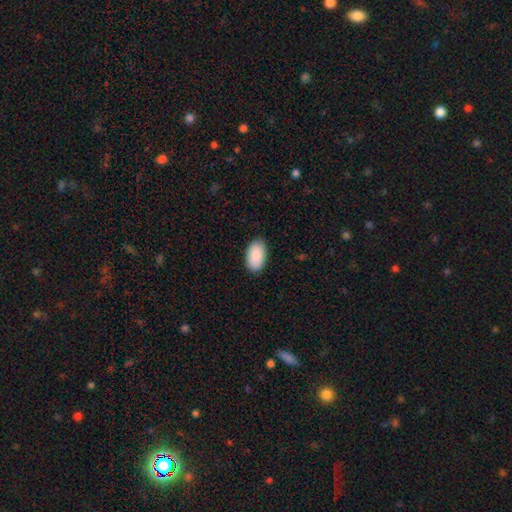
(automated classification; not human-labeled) Morphology: type=smooth (90%); roundness=in between (95%); merging=none (87%).